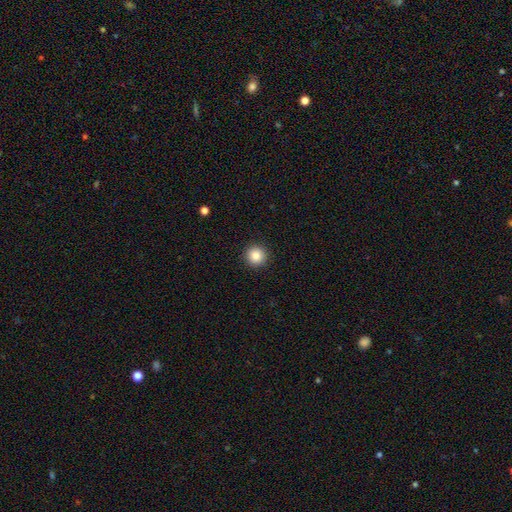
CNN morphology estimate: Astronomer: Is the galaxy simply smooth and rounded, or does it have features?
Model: smooth — 86%.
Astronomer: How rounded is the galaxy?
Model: round — 95%.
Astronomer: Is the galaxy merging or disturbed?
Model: none — 93%.